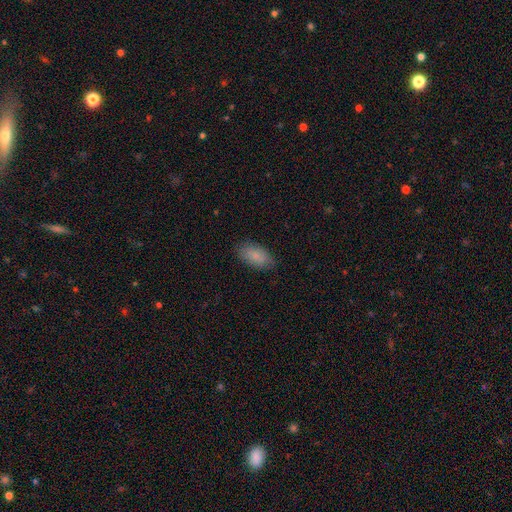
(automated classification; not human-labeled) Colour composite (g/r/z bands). It shows a smooth galaxy with no disk features (87%) that is in between round and cigar-shaped (93%). Merging: none (84%).